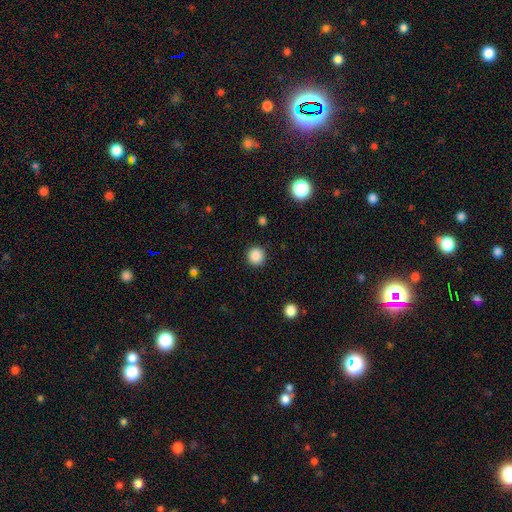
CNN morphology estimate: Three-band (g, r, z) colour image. It shows a smooth galaxy with no disk features (88%) that is round (94%). Merging: none (92%).